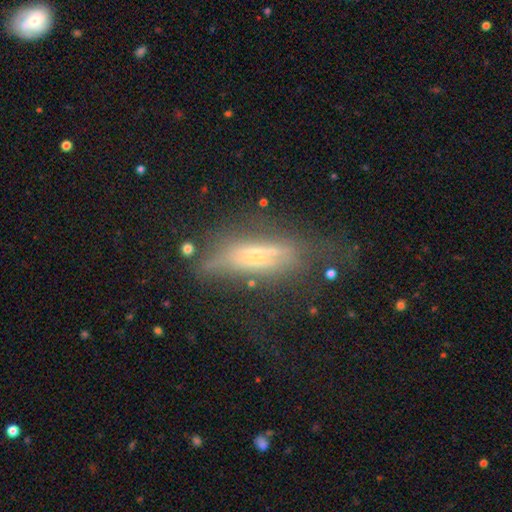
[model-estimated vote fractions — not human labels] Q: Smooth or featured?
A: featured or disk (61%); runner-up: smooth (28%)
Q: Edge-on disk?
A: yes (76%); runner-up: no (24%)
Q: Merging?
A: none (50%); runner-up: minor disturbance (24%)